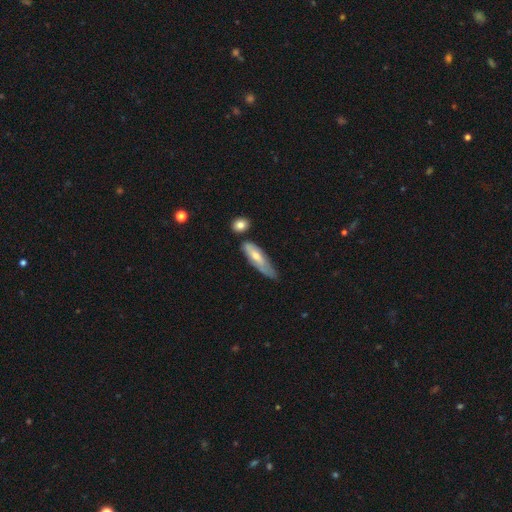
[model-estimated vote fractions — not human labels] Smooth or featured? Predicted: smooth (p=0.54). How rounded? Predicted: cigar-shaped (p=0.63). Merging? Predicted: none (p=0.42).